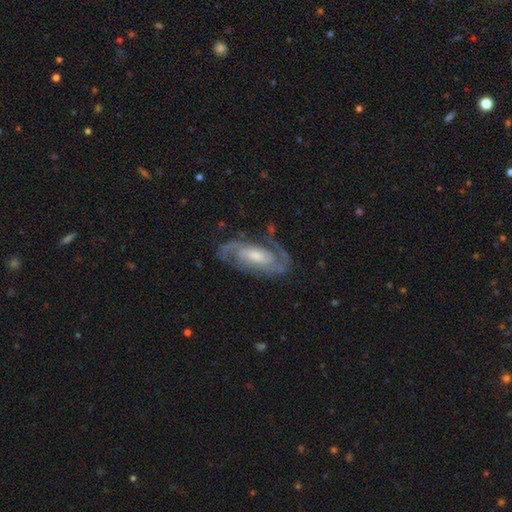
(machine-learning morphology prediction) Smooth or featured?
  - featured or disk: 89% *
  - smooth: 6%
  - star or artifact: 5%
Edge-on disk?
  - no: 95% *
  - yes: 5%
Bar?
  - no: 44% *
  - weak: 40%
  - strong: 16%
Spiral arms?
  - yes: 97% *
  - no: 3%
Spiral winding?
  - tight: 48% *
  - medium: 44%
  - loose: 9%
Spiral arm count?
  - 2: 84% *
  - can't tell: 6%
  - 3: 5%
  - 1: 2%
  - 4: 2%
  - more than 4: 2%
Bulge size?
  - moderate: 46% *
  - small: 42%
  - large: 7%
  - none: 4%
  - dominant: 1%
Merging?
  - none: 78% *
  - minor disturbance: 14%
  - major disturbance: 6%
  - merger: 2%